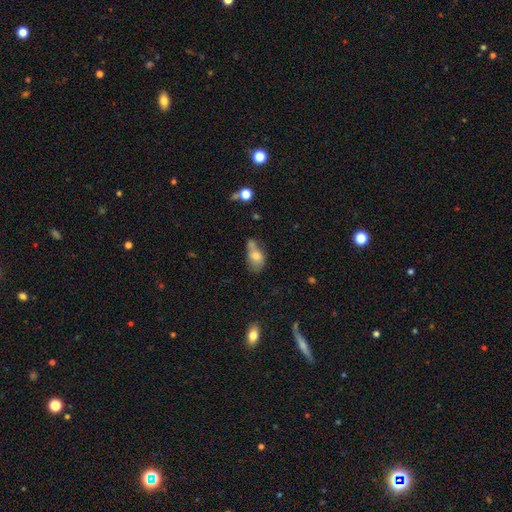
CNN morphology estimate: Smooth or featured: smooth — 68% (featured or disk — 21%)
How rounded: in between — 79% (round — 18%)
Merging: merger — 36% (none — 30%)